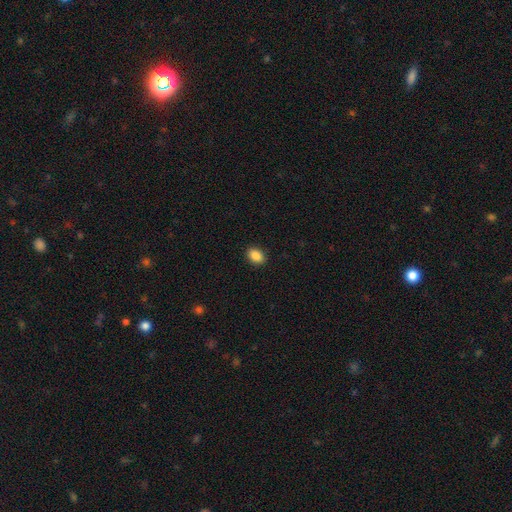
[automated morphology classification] Smooth or featured?
  - smooth: 88% *
  - star or artifact: 9%
  - featured or disk: 3%
How rounded?
  - in between: 74% *
  - round: 25%
  - cigar-shaped: 1%
Merging?
  - none: 91% *
  - minor disturbance: 6%
  - major disturbance: 2%
  - merger: 1%